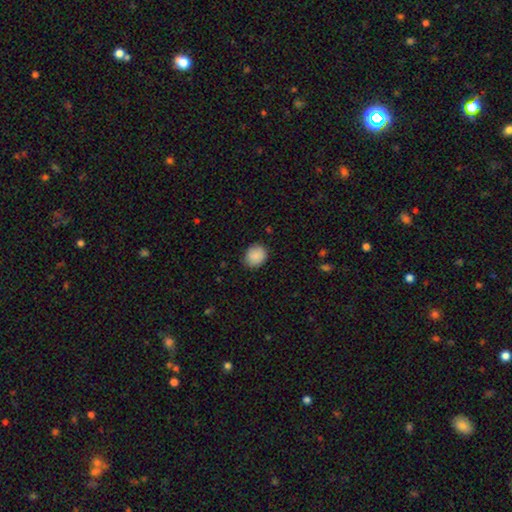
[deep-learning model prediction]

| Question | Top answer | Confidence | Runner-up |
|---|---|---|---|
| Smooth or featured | smooth | 89% | star or artifact (7%) |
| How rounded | round | 70% | in between (30%) |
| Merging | none | 83% | minor disturbance (13%) |